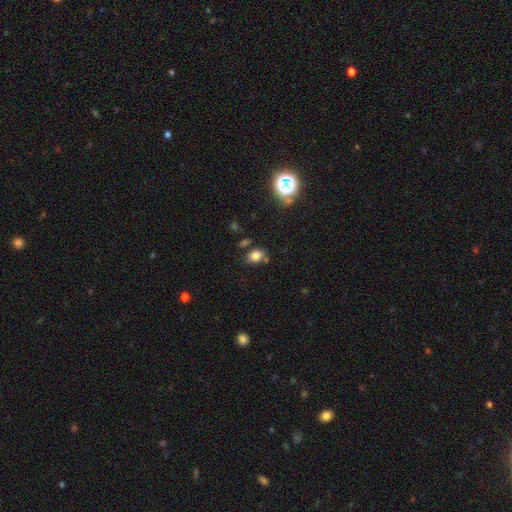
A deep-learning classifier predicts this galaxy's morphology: Smooth or featured?
  - smooth: 78% *
  - star or artifact: 14%
  - featured or disk: 8%
How rounded?
  - in between: 67% *
  - round: 31%
  - cigar-shaped: 1%
Merging?
  - none: 70% *
  - minor disturbance: 16%
  - merger: 9%
  - major disturbance: 5%